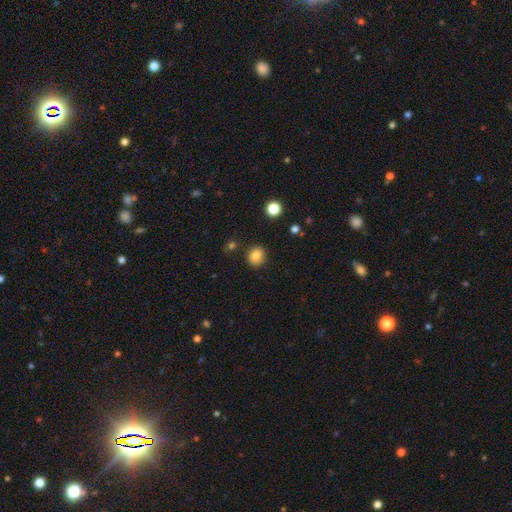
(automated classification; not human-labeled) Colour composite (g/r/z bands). It shows a smooth galaxy with no disk features (83%) that is round (79%). Merging: none (88%).